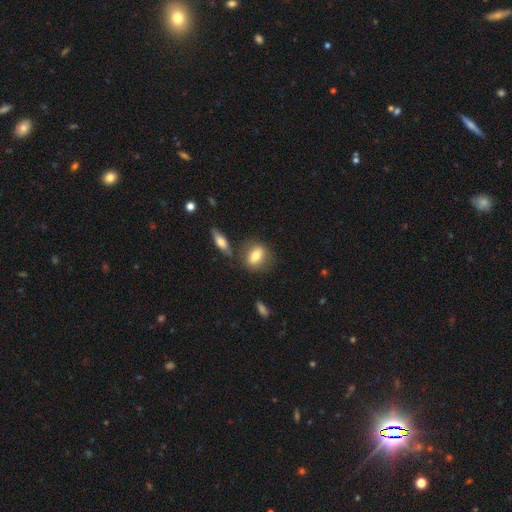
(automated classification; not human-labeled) Smooth or featured? smooth (74%)
How rounded? in between (67%)
Merging? none (69%)